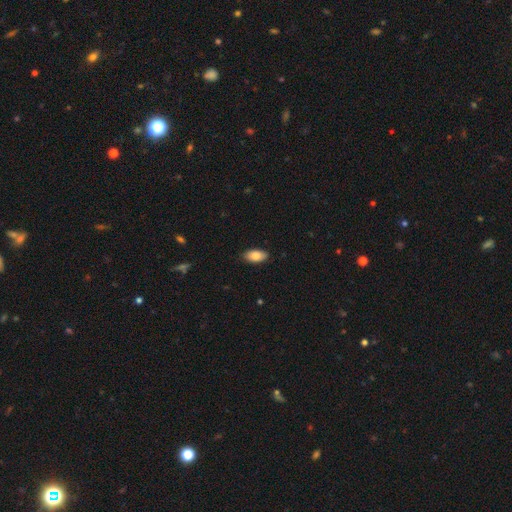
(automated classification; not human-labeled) smooth 85%, featured or disk 8%, star or artifact 6%. Down the decision tree: how rounded — in between (93%); merging — none (87%).